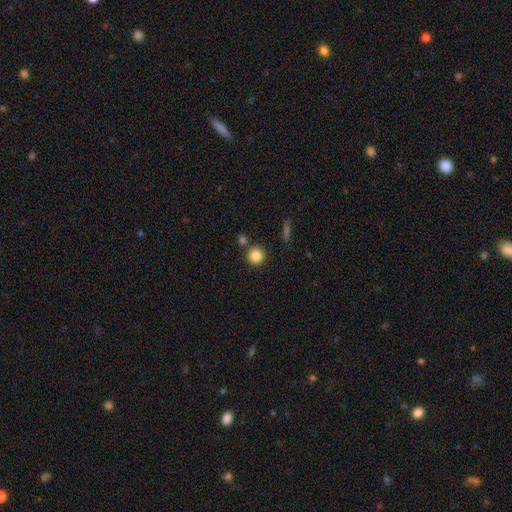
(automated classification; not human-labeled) Q: Smooth or featured?
A: smooth (85%); runner-up: star or artifact (10%)
Q: How rounded?
A: round (93%); runner-up: in between (6%)
Q: Merging?
A: none (81%); runner-up: merger (9%)